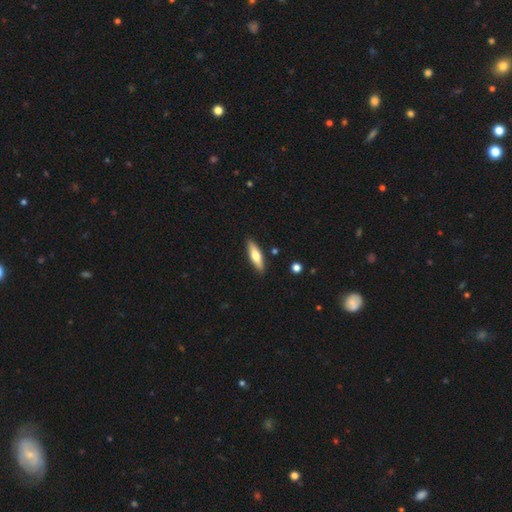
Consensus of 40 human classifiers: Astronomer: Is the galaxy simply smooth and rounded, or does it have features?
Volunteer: smooth — 75%.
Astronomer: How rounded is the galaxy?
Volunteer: cigar-shaped — 73%.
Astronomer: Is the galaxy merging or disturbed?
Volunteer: none — 98%.